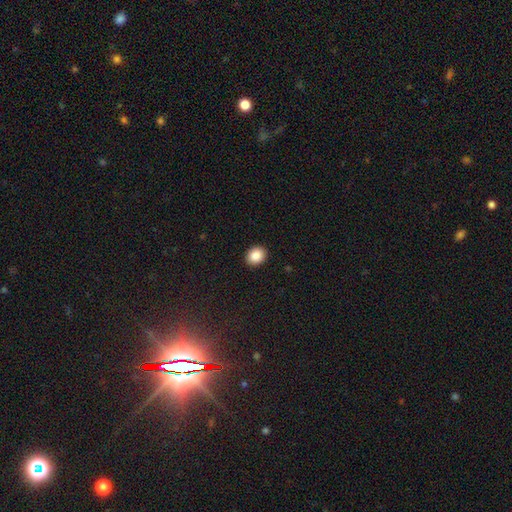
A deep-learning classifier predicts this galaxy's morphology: Smooth or featured: smooth — 88% (star or artifact — 8%)
How rounded: round — 61% (in between — 38%)
Merging: none — 91% (minor disturbance — 6%)